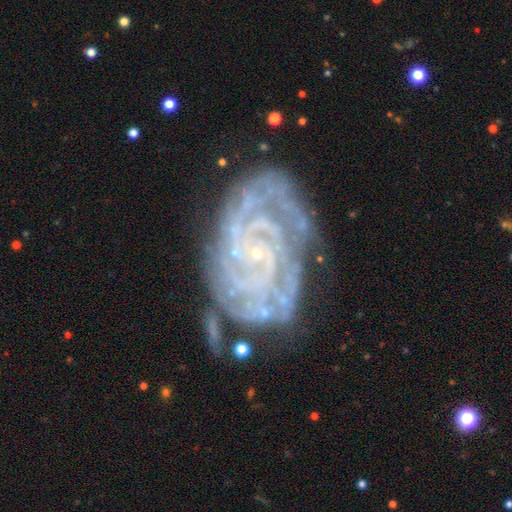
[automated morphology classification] This appears to be a featured or disk galaxy (89%) with no bar (67%), can't tell (21%, tied with 4) tight (80%) spiral arms (98%) and a small central bulge (88%). Merging: none (67%).